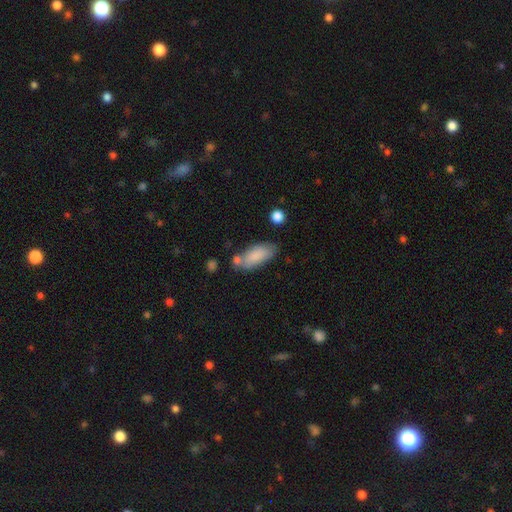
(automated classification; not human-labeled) This is clearly a smooth galaxy (84%). How rounded: clearly in between (85%). Merging: possibly none (59%).